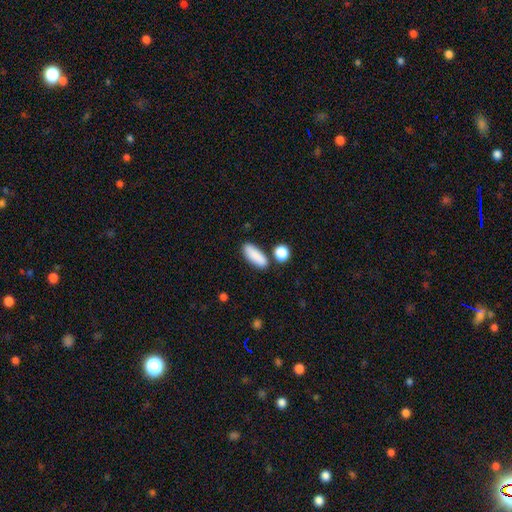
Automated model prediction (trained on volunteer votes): Smooth or featured?
  - smooth: 87% *
  - star or artifact: 6%
  - featured or disk: 6%
How rounded?
  - in between: 69% *
  - cigar-shaped: 27%
  - round: 4%
Merging?
  - none: 75% *
  - minor disturbance: 12%
  - merger: 9%
  - major disturbance: 3%